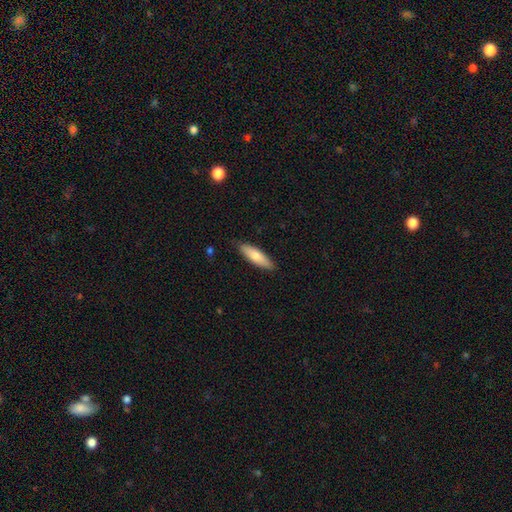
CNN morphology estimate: Smooth or featured? smooth (73%)
How rounded? cigar-shaped (54%)
Merging? none (87%)